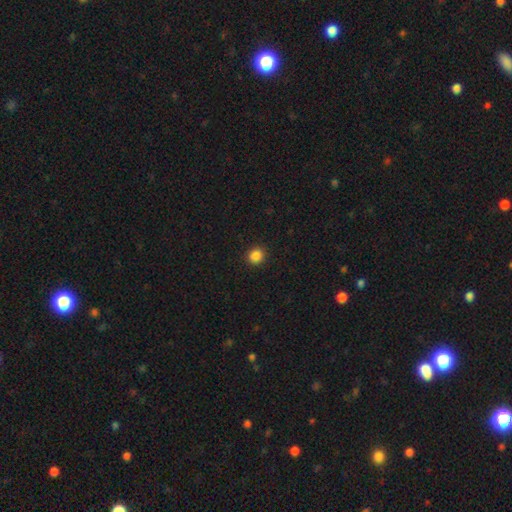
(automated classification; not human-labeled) Smooth or featured: smooth — 87% (star or artifact — 11%)
How rounded: round — 87% (in between — 12%)
Merging: none — 92% (minor disturbance — 5%)